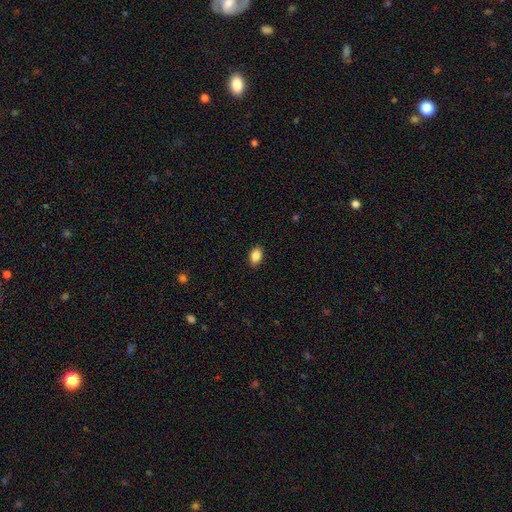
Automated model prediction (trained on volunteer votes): The model was most divided on "how rounded": in between: 86%, round: 13%, cigar-shaped: 1%. More confident: smooth or featured — smooth (88%); merging — none (87%).